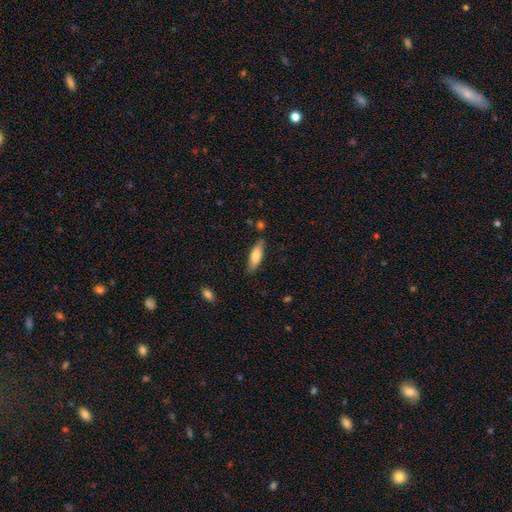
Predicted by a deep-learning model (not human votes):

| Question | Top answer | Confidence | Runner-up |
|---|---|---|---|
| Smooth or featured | smooth | 74% | featured or disk (20%) |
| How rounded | in between | 51% | cigar-shaped (47%) |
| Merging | none | 80% | minor disturbance (14%) |